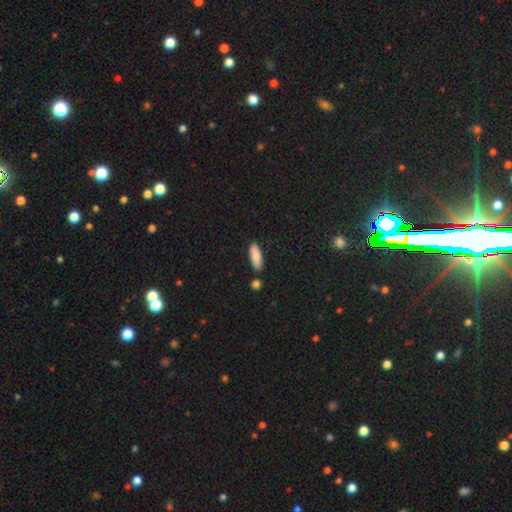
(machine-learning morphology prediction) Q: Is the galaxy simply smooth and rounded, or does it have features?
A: smooth — 85%.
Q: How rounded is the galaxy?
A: in between — 58%.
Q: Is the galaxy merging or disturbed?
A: none — 82%.